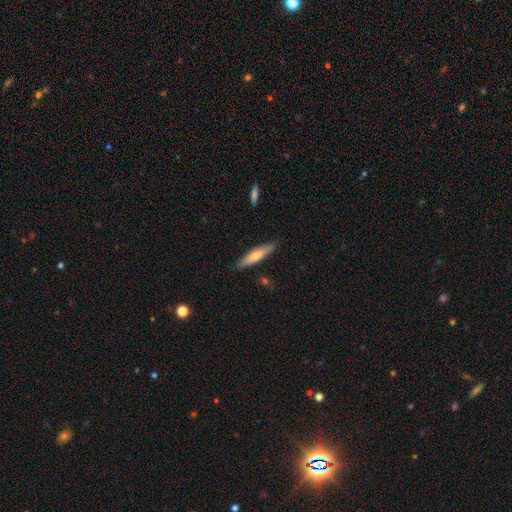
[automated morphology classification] smooth 61%, featured or disk 34%, star or artifact 6%. Down the decision tree: how rounded — cigar-shaped (80%); merging — none (87%).